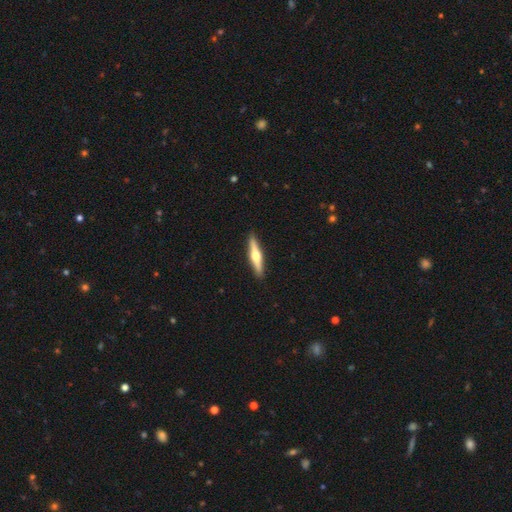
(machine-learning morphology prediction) smooth-or-featured: featured or disk: 62% | smooth: 33% | star or artifact: 5%
  disk-edge-on: yes: 97% | no: 3%
    edge-on-bulge: rounded: 93% | boxy: 4% | none: 3%
  merging: none: 91% | minor disturbance: 6% | major disturbance: 1% | merger: 1%